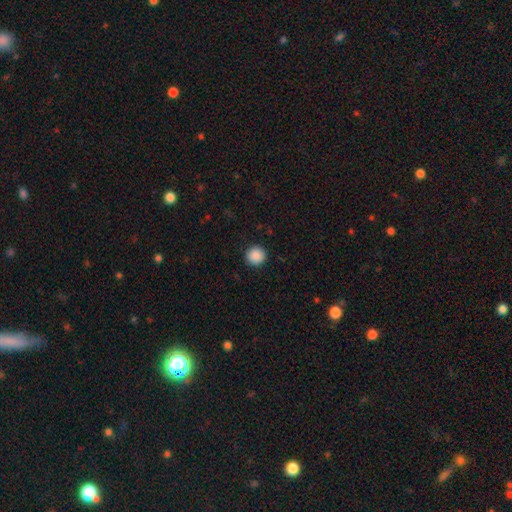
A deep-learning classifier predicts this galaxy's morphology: Smooth or featured?
  - smooth: 89% *
  - star or artifact: 9%
  - featured or disk: 2%
How rounded?
  - round: 95% *
  - in between: 5%
  - cigar-shaped: 1%
Merging?
  - none: 93% *
  - minor disturbance: 5%
  - major disturbance: 2%
  - merger: 1%